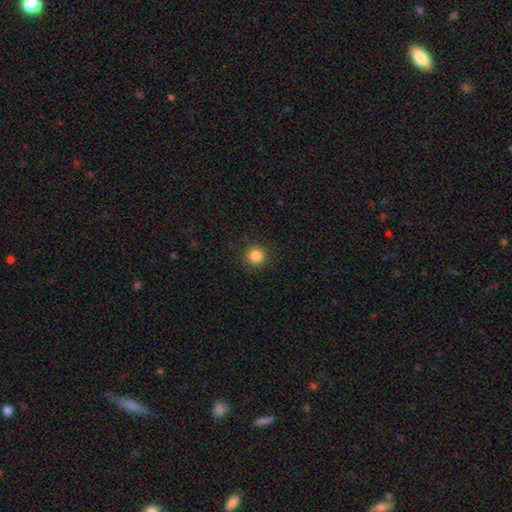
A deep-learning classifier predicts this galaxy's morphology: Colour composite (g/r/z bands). It shows a smooth galaxy with no disk features (85%) that is round (94%). Merging: none (91%).